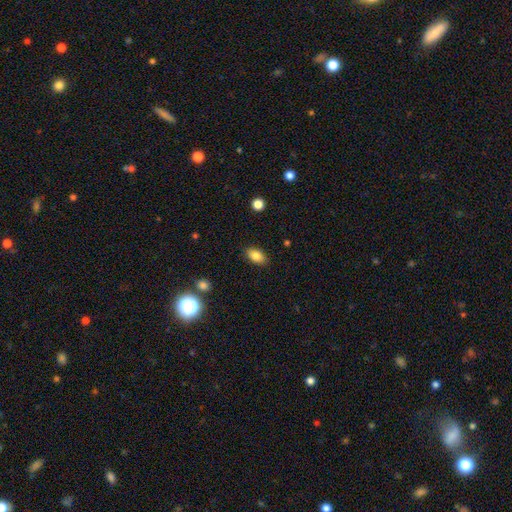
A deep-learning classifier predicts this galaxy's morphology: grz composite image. It shows a smooth galaxy with no disk features (83%) that is in between round and cigar-shaped (90%). Merging: none (87%).